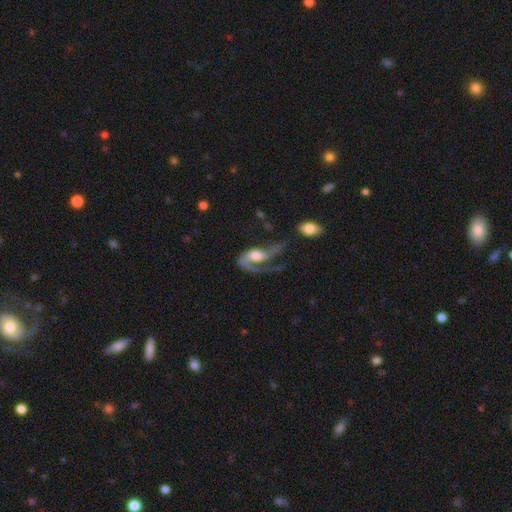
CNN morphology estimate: Overall: featured or disk (79%). Edge-on disk: no (96%). Bar: no (58%; weak 30%). Spiral arms: yes (91%). Spiral arm count: 1 (67%). Spiral winding: loose (52%; medium 35%). Bulge size: moderate (48%; large 32%). Merging: major disturbance (55%; none 25%).